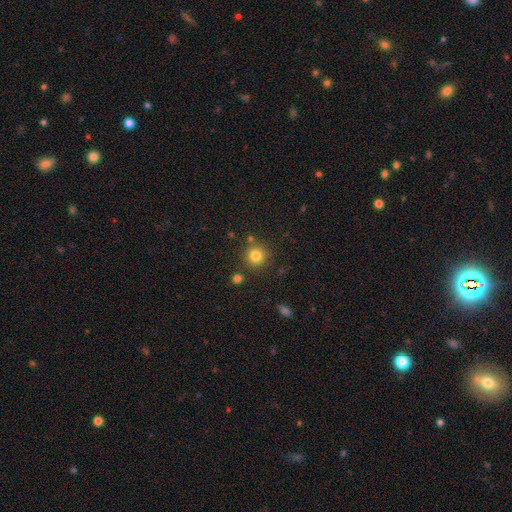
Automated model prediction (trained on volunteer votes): This appears to be a smooth galaxy with no disk features (82%) that is round (93%). Merging: none (83%).